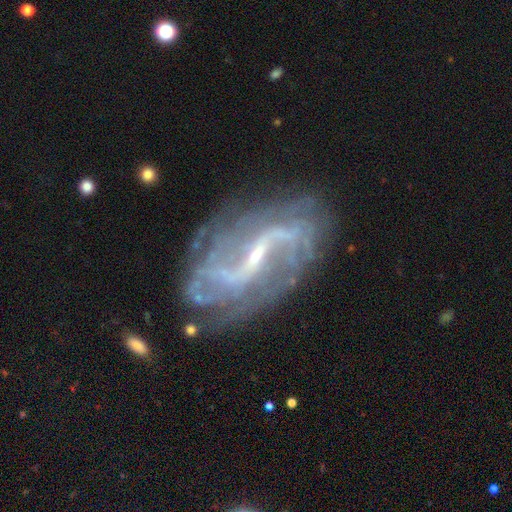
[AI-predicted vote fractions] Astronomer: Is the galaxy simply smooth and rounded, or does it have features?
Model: featured or disk — 89%.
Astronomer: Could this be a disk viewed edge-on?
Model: no — 96%.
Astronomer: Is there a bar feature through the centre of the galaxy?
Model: strong — 46% (runner-up: weak, 41%).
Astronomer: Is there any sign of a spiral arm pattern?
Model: yes — 95%.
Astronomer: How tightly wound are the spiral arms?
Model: loose — 43% (runner-up: medium, 37%).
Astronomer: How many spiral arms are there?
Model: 2 — 60%.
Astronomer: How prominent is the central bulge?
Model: small — 76%.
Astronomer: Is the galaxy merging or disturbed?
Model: none — 72%.